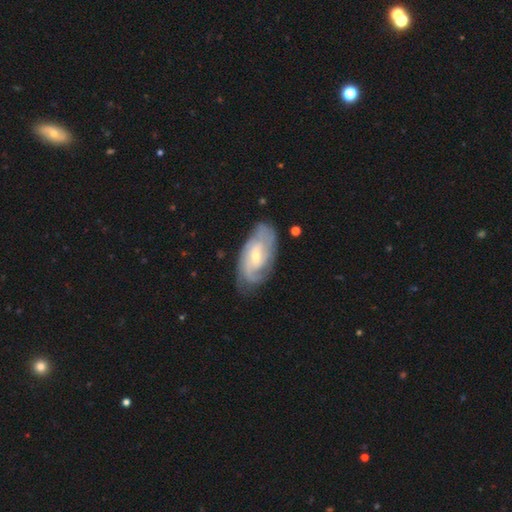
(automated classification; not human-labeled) Smooth or featured?
  - featured or disk: 80% *
  - smooth: 15%
  - star or artifact: 5%
Edge-on disk?
  - no: 94% *
  - yes: 6%
Bar?
  - weak: 48% *
  - no: 38%
  - strong: 14%
Spiral arms?
  - yes: 93% *
  - no: 7%
Spiral winding?
  - tight: 52% *
  - medium: 37%
  - loose: 11%
Spiral arm count?
  - 2: 36% *
  - can't tell: 33%
  - 3: 16%
  - 4: 6%
  - 1: 5%
  - more than 4: 3%
Bulge size?
  - small: 62% *
  - moderate: 34%
  - none: 2%
  - large: 2%
  - dominant: 1%
Merging?
  - none: 71% *
  - minor disturbance: 20%
  - major disturbance: 7%
  - merger: 2%